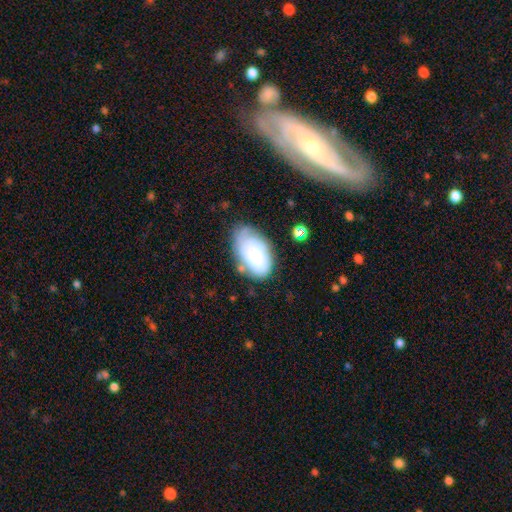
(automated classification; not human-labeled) Smooth or featured? smooth (56%)
How rounded? in between (92%)
Merging? none (55%)